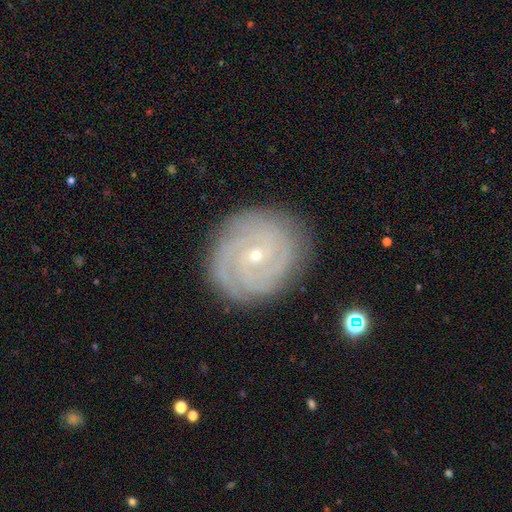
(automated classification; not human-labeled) A featured or disk galaxy (84%) with no bar (66%), 3 (25%) tight (81%) spiral arms (96%) and a small central bulge (79%).

Vote fractions:
- Smooth or featured? featured or disk: 84% / smooth: 9% / star or artifact: 7%
- Edge-on disk? no: 97% / yes: 3%
- Bar? no: 66% / weak: 27% / strong: 7%
- Spiral arms? yes: 96% / no: 4%
- Spiral winding? tight: 81% / medium: 16% / loose: 3%
- Spiral arm count? 3: 25% / can't tell: 23% / 2: 23% / 4: 15% / more than 4: 7% / 1: 7%
- Bulge size? small: 79% / moderate: 18% / large: 1% / none: 1% / dominant: 1%
- Merging? none: 85% / minor disturbance: 11% / major disturbance: 3% / merger: 1%